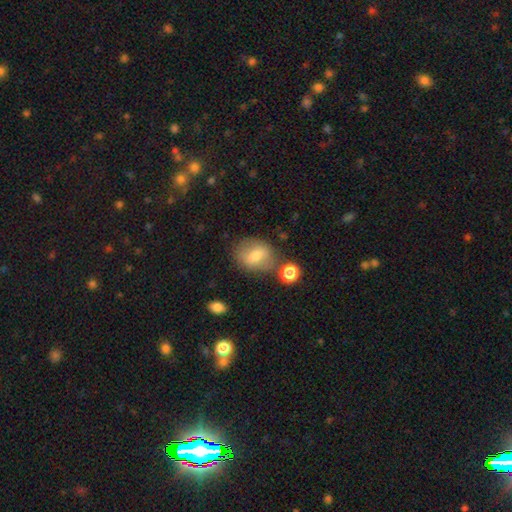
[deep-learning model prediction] This appears to be a smooth galaxy with no disk features (65%) that is in between round and cigar-shaped (51%). Merging: none (66%).